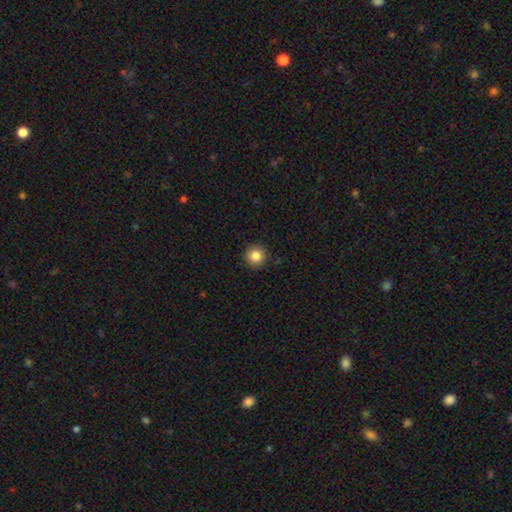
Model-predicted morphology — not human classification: This appears to be a smooth galaxy with no disk features (85%) that is round (95%). Merging: none (91%).